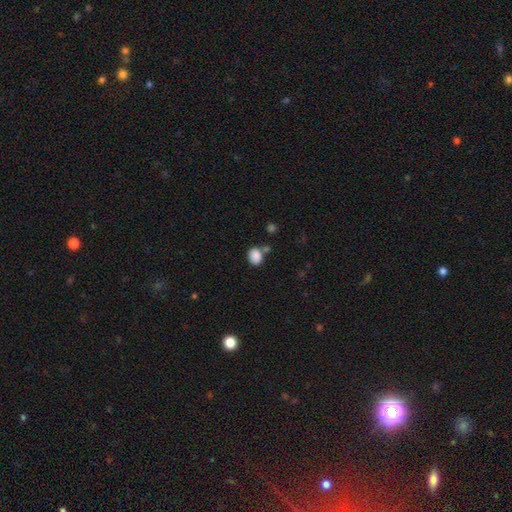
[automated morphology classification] smooth_or_featured: smooth (p=0.87) [alt: star or artifact p=0.09]
how_rounded: in between (p=0.52) [alt: round p=0.48]
merging: none (p=0.64) [alt: merger p=0.18]